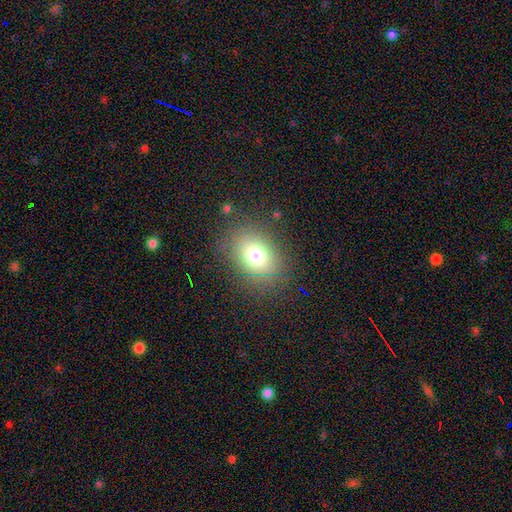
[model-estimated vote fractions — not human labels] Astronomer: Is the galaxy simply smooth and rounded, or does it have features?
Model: smooth — 73%.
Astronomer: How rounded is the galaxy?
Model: in between — 63%.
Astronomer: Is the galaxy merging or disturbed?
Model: none — 81%.